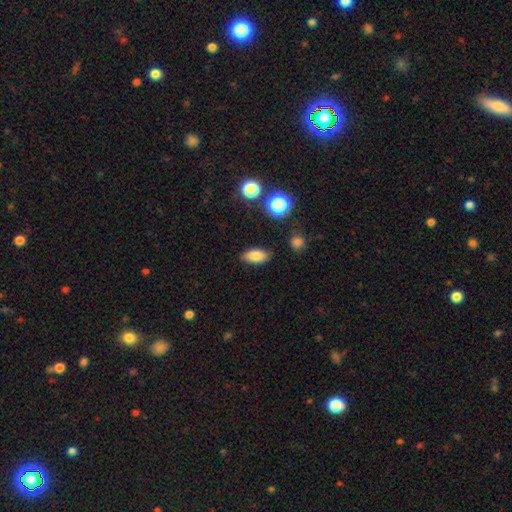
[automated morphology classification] A smooth galaxy with no disk features (82%) that is in between round and cigar-shaped (87%). Merging: none (85%).